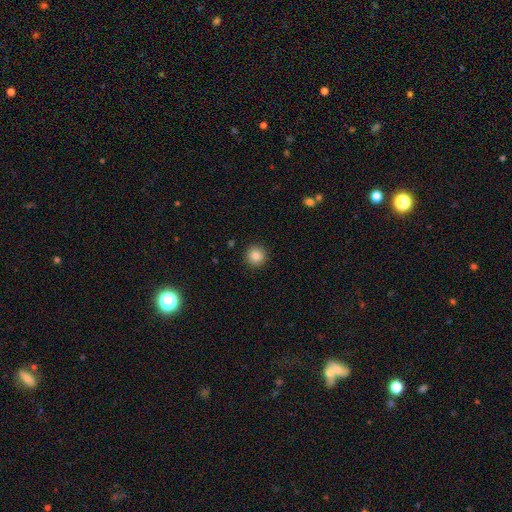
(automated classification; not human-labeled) This is clearly a smooth galaxy (85%). How rounded: clearly round (95%). Merging: clearly none (92%).